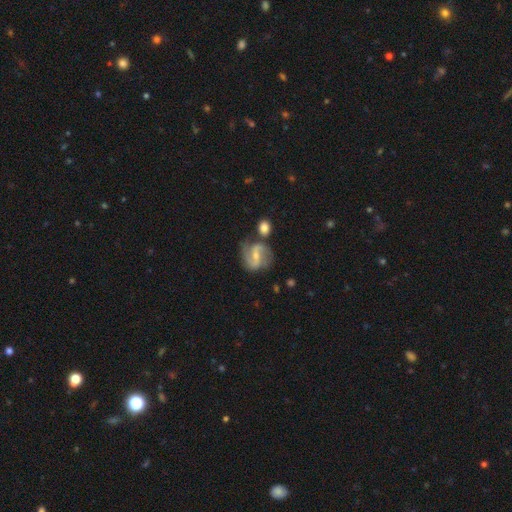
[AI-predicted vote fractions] smooth-or-featured: featured or disk: 81% | smooth: 13% | star or artifact: 6%
  disk-edge-on: no: 97% | yes: 3%
    bar: weak: 43% | strong: 39% | no: 18%
    has-spiral-arms: yes: 94% | no: 6%
      spiral-winding: medium: 48% | loose: 37% | tight: 15%
      spiral-arm-count: 2: 89% | can't tell: 4% | 1: 2% | 3: 2% | 4: 1% | more than 4: 1%
    bulge-size: small: 55% | moderate: 39% | none: 4% | large: 2% | dominant: 1%
  merging: none: 65% | minor disturbance: 18% | merger: 11% | major disturbance: 7%